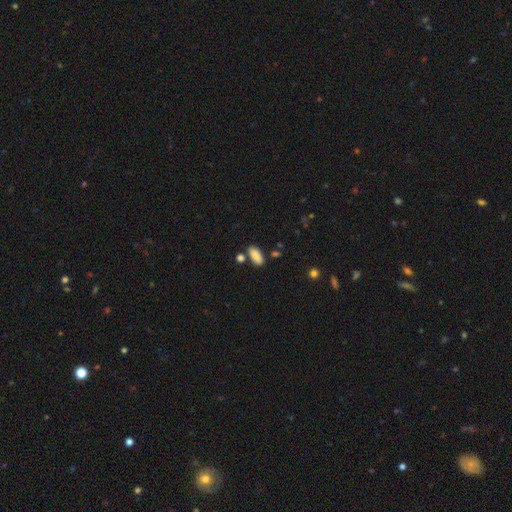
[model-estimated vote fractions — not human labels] The model was most divided on "merging": none: 77%, minor disturbance: 11%, merger: 9%, major disturbance: 3%. More confident: how rounded — in between (90%); smooth or featured — smooth (88%).